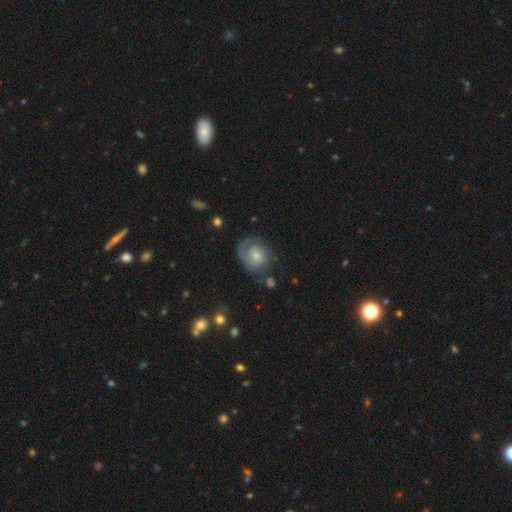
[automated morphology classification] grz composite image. It shows a featured or disk galaxy (66%) with no bar (73%), 2 (39%) tight (50%) spiral arms (89%) and a small central bulge (52%). Merging: none (61%).